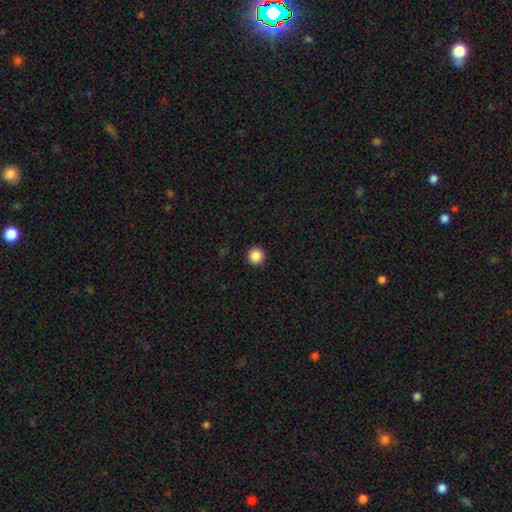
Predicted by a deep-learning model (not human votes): Q: Smooth or featured?
A: smooth (87%); runner-up: star or artifact (10%)
Q: How rounded?
A: round (96%); runner-up: in between (3%)
Q: Merging?
A: none (94%); runner-up: minor disturbance (4%)